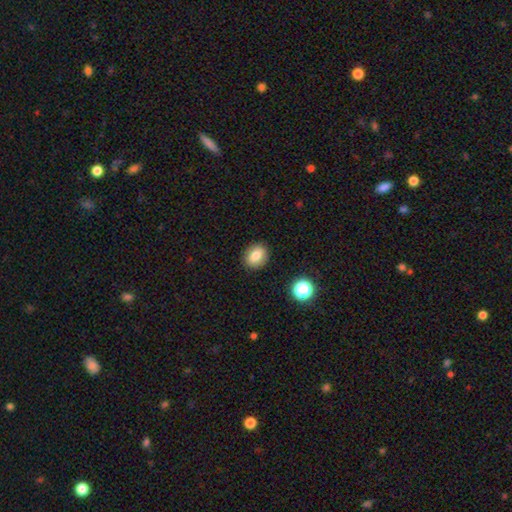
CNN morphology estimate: Q: Smooth or featured?
A: smooth (79%); runner-up: star or artifact (11%)
Q: How rounded?
A: round (50%); runner-up: in between (49%)
Q: Merging?
A: none (88%); runner-up: minor disturbance (8%)